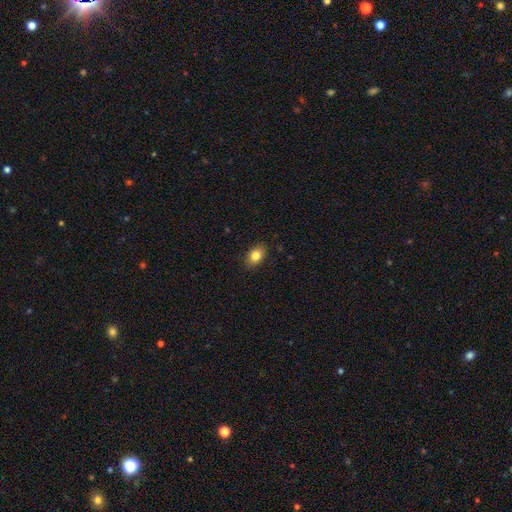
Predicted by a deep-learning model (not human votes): Smooth or featured? Predicted: smooth (p=0.83). How rounded? Predicted: in between (p=0.81). Merging? Predicted: none (p=0.87).